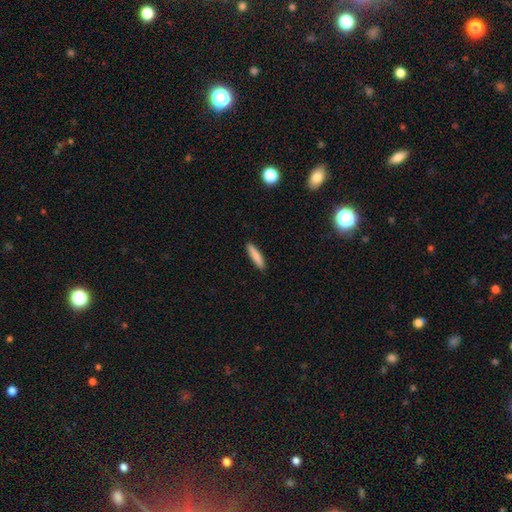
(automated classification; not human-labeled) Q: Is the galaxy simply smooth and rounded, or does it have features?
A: smooth — 84%.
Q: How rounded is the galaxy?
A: cigar-shaped — 86%.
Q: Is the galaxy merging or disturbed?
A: none — 91%.